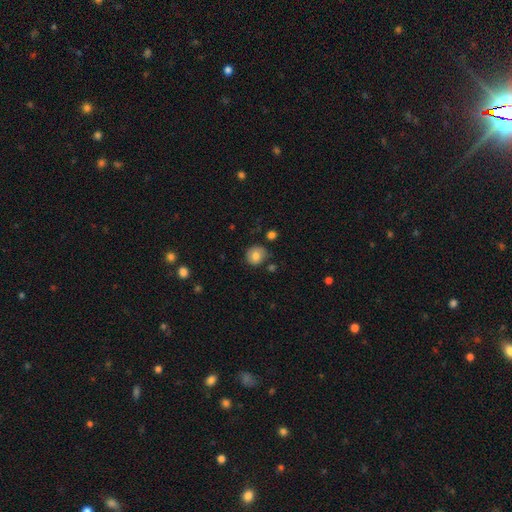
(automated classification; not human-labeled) Smooth or featured? smooth (74%)
How rounded? round (84%)
Merging? none (72%)